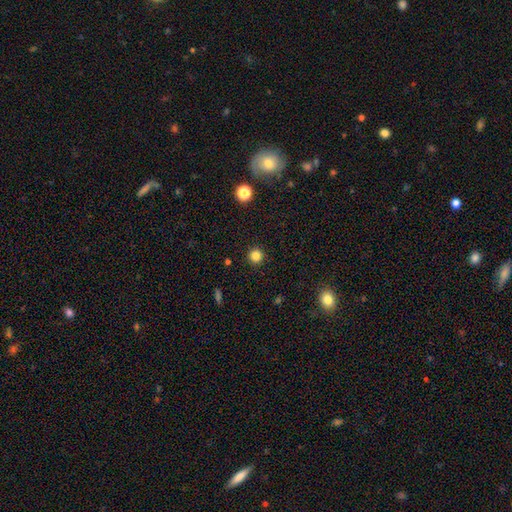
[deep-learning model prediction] A smooth galaxy with no disk features (82%) that is round (95%).

Vote fractions:
- Smooth or featured? smooth: 82% / star or artifact: 13% / featured or disk: 4%
- How rounded? round: 95% / in between: 4% / cigar-shaped: 1%
- Merging? none: 92% / minor disturbance: 5% / major disturbance: 2% / merger: 1%